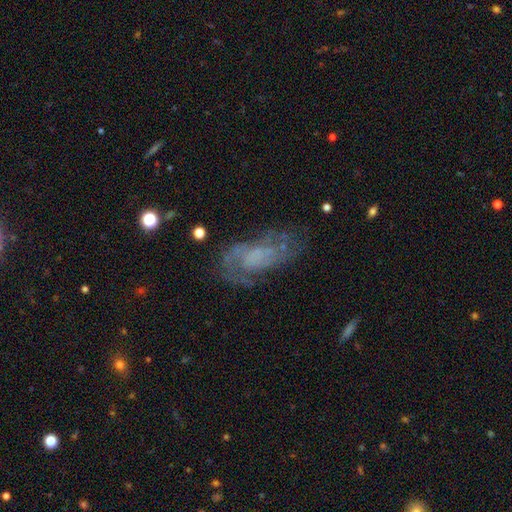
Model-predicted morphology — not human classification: A featured or disk galaxy (68%) with no bar (68%), 2 (41%) medium (41%) spiral arms (79%) and no central bulge (58%).

Vote fractions:
- Smooth or featured? featured or disk: 68% / smooth: 21% / star or artifact: 11%
- Edge-on disk? no: 93% / yes: 7%
- Bar? no: 68% / weak: 26% / strong: 6%
- Spiral arms? yes: 79% / no: 21%
- Spiral winding? medium: 41% / tight: 38% / loose: 21%
- Spiral arm count? 2: 41% / can't tell: 37% / 3: 9% / 1: 7% / 4: 3% / more than 4: 3%
- Bulge size? none: 58% / small: 20% / moderate: 14% / large: 6% / dominant: 2%
- Merging? none: 61% / minor disturbance: 21% / major disturbance: 16% / merger: 3%